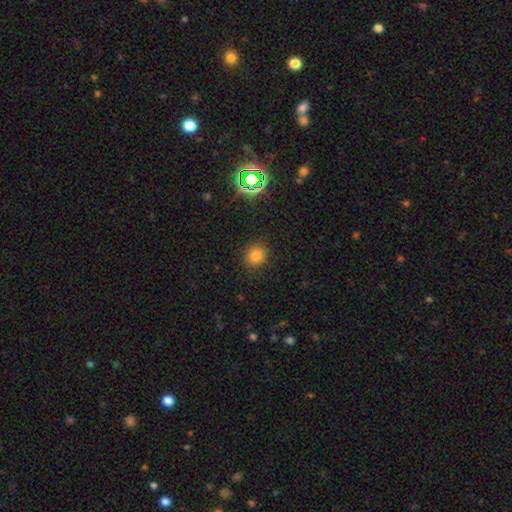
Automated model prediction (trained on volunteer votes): Smooth or featured?
  - smooth: 77% *
  - star or artifact: 17%
  - featured or disk: 6%
How rounded?
  - round: 66% *
  - in between: 33%
  - cigar-shaped: 1%
Merging?
  - none: 87% *
  - minor disturbance: 9%
  - major disturbance: 3%
  - merger: 1%